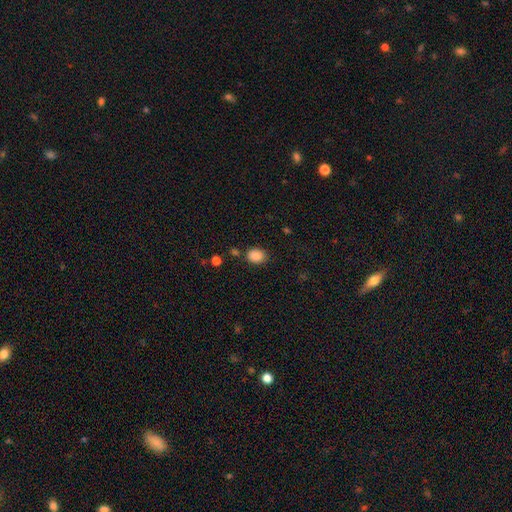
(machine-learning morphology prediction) smooth 87%, star or artifact 9%, featured or disk 3%. Down the decision tree: how rounded — in between (57%); merging — none (78%).